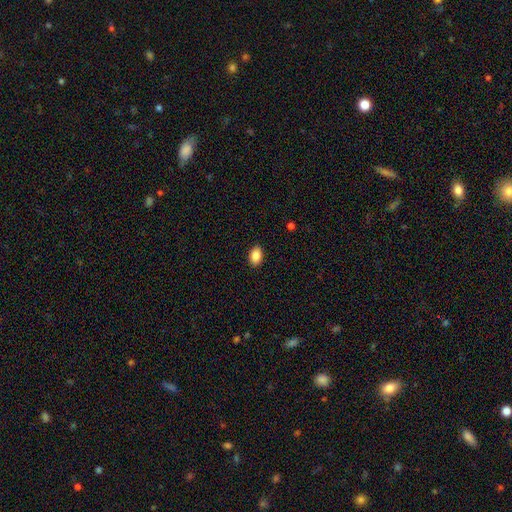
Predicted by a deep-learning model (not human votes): Smooth or featured? smooth (87%)
How rounded? in between (85%)
Merging? none (89%)